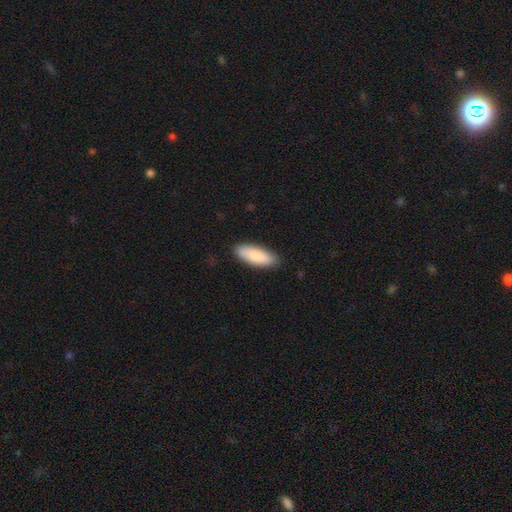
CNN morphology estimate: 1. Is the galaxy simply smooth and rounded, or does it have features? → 86% smooth, 9% featured or disk, 5% star or artifact.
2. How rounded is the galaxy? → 72% in between, 26% cigar-shaped, 2% round.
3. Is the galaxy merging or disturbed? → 87% none, 10% minor disturbance, 2% major disturbance, 1% merger.